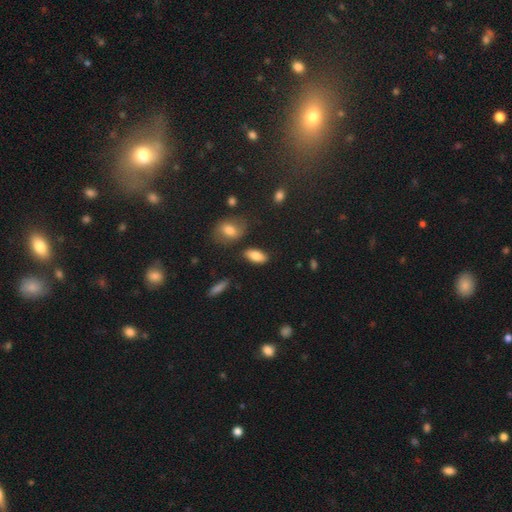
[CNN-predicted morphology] smooth_or_featured: smooth (p=0.81) [alt: featured or disk p=0.11]
how_rounded: in between (p=0.87) [alt: cigar-shaped p=0.09]
merging: none (p=0.83) [alt: minor disturbance p=0.11]